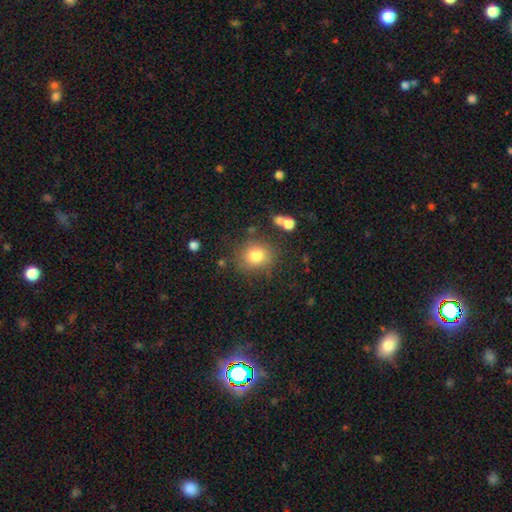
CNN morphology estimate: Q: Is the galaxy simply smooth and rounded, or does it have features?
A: smooth — 81%.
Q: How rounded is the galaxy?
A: round — 75%.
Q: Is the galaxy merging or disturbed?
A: none — 76%.